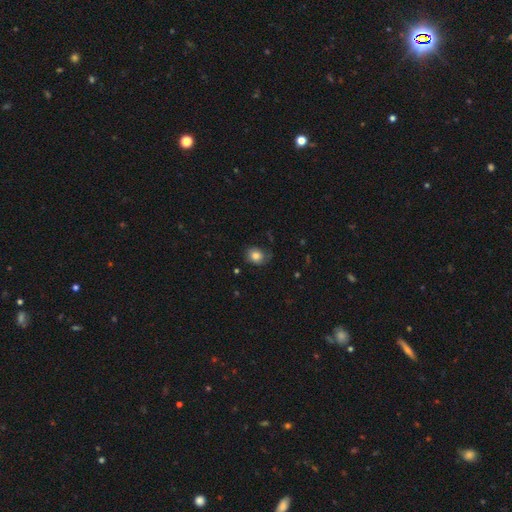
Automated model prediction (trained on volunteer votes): Morphology: type=smooth (77%); roundness=round (59%); merging=none (62%).